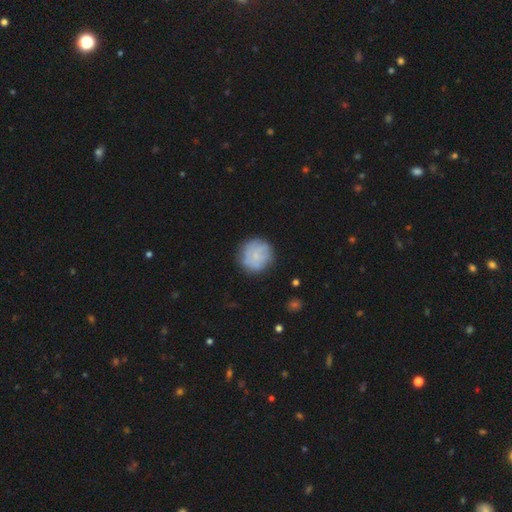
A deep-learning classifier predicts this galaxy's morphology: This appears to be a smooth galaxy with no disk features (68%) that is round (91%). Merging: none (77%).